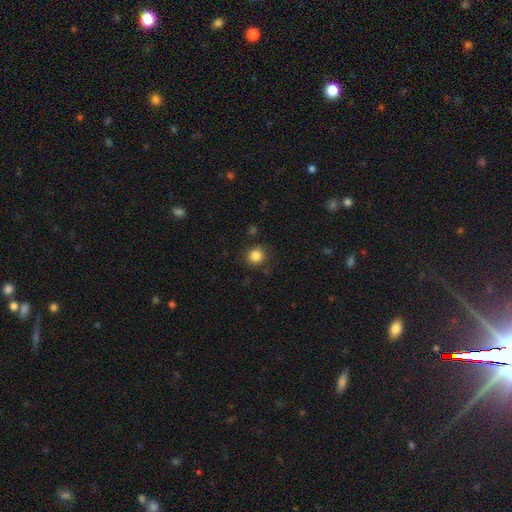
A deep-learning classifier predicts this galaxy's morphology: type=smooth (84%); roundness=round (91%); merging=none (88%).